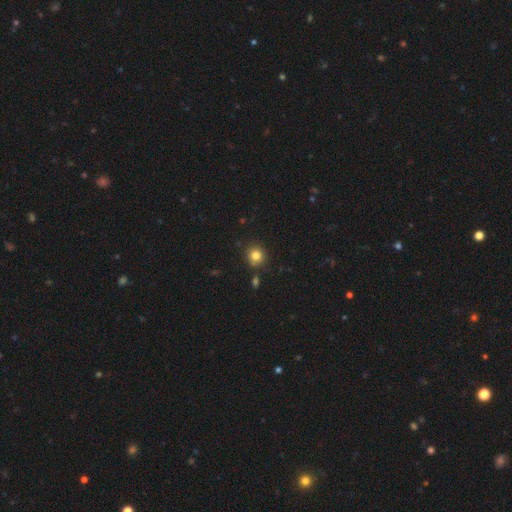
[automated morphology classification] Smooth or featured? Predicted: smooth (p=0.82). How rounded? Predicted: round (p=0.88). Merging? Predicted: none (p=0.85).